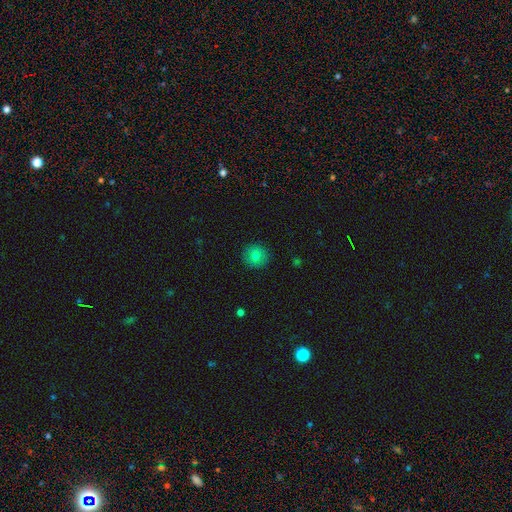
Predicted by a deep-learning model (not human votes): Q: Smooth or featured?
A: smooth (79%); runner-up: featured or disk (11%)
Q: How rounded?
A: round (92%); runner-up: in between (7%)
Q: Merging?
A: none (91%); runner-up: minor disturbance (6%)